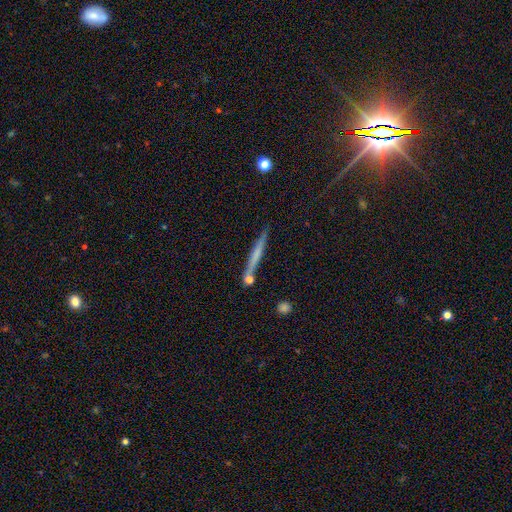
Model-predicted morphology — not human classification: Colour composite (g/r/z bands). It shows a smooth galaxy with no disk features (49%). Merging: none (78%).